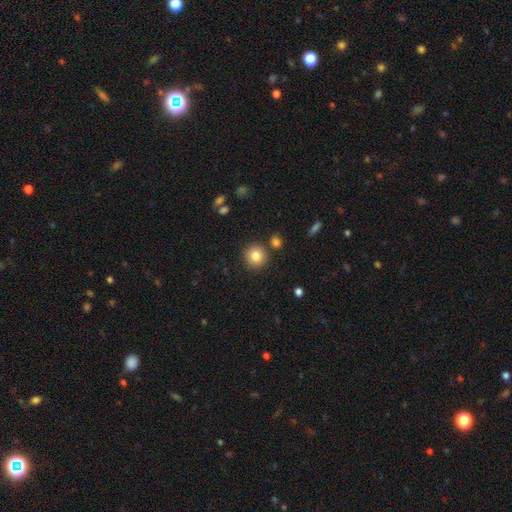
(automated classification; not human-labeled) This appears to be a smooth galaxy with no disk features (82%) that is round (92%). Merging: none (86%).